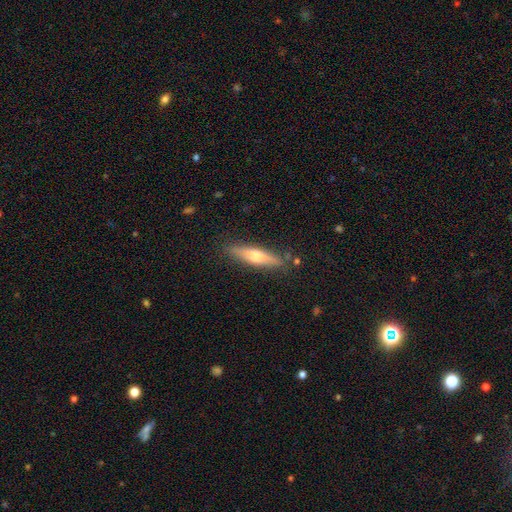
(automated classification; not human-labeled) Q: Smooth or featured?
A: smooth (49%); runner-up: featured or disk (45%)
Q: Merging?
A: none (85%); runner-up: minor disturbance (11%)